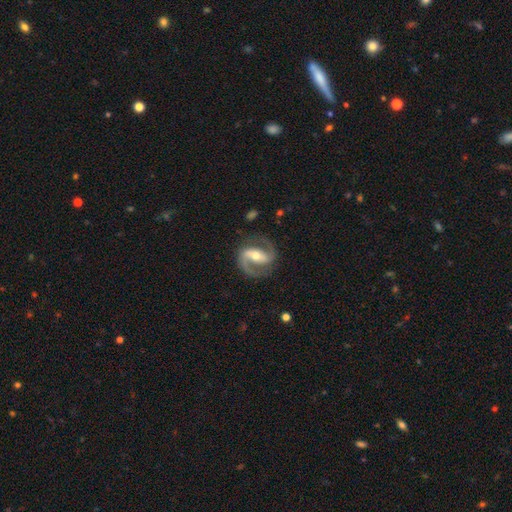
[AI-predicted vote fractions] Morphology: type=featured or disk (91%); edge-on=no (97%); bar=strong (50%); spiral arms=yes (98%); winding=medium (61%); arm count=2 (93%); bulge=moderate (60%); merging=none (82%).